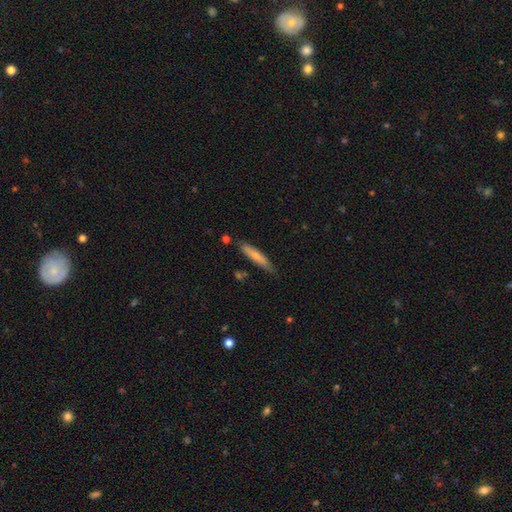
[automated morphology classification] Smooth or featured: smooth — 69% (featured or disk — 25%)
How rounded: cigar-shaped — 90% (in between — 9%)
Merging: none — 80% (minor disturbance — 15%)